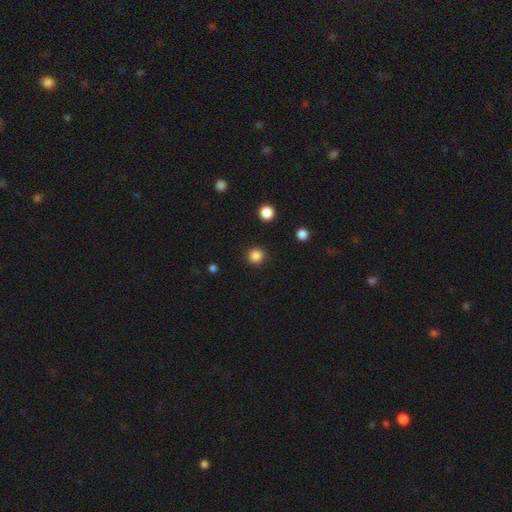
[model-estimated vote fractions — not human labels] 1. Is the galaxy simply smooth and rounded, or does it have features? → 85% smooth, 12% star or artifact, 3% featured or disk.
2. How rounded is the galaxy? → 93% round, 6% in between, 1% cigar-shaped.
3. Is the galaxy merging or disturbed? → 91% none, 5% minor disturbance, 2% major disturbance, 1% merger.